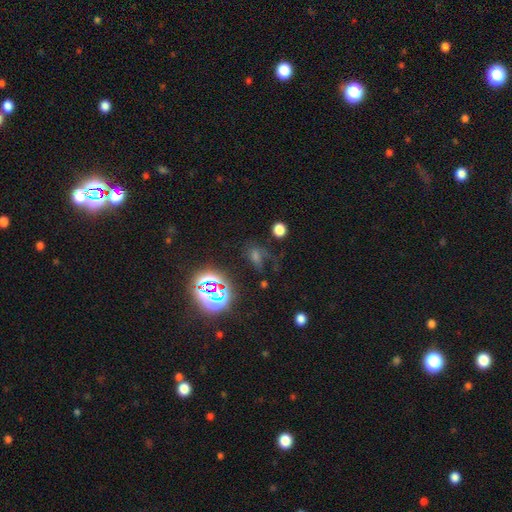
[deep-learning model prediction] Morphology: type=star or artifact (49%).